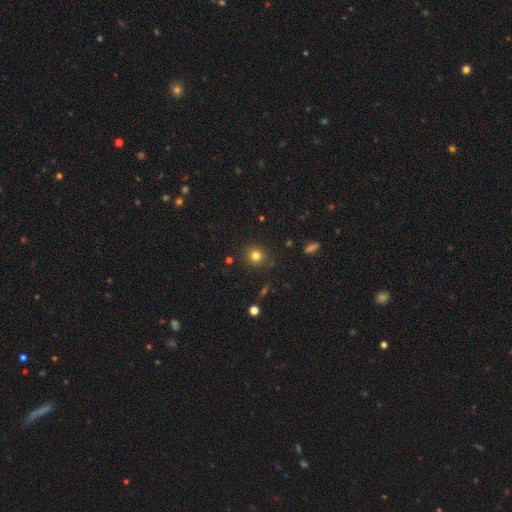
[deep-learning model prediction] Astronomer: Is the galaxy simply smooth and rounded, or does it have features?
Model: smooth — 79%.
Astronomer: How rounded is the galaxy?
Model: round — 89%.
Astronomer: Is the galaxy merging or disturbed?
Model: none — 88%.